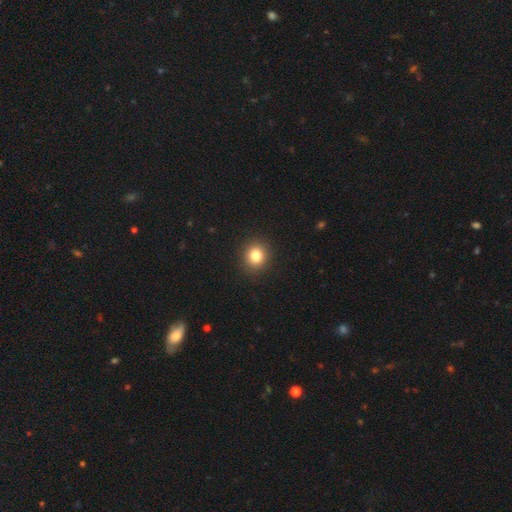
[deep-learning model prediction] A smooth galaxy with no disk features (82%) that is round (84%). Merging: none (92%).